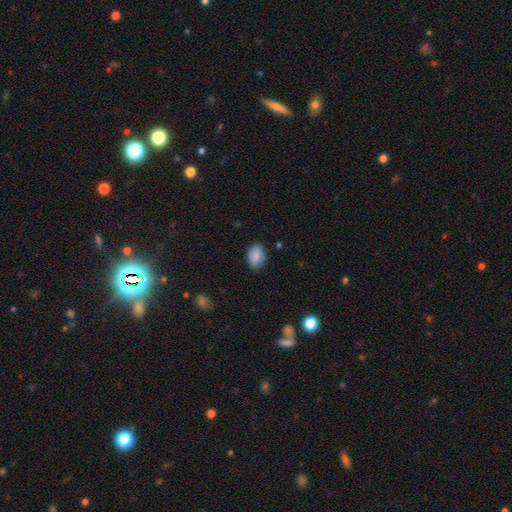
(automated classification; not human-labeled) smooth 86%, star or artifact 7%, featured or disk 7%. Down the decision tree: how rounded — in between (82%); merging — none (78%).